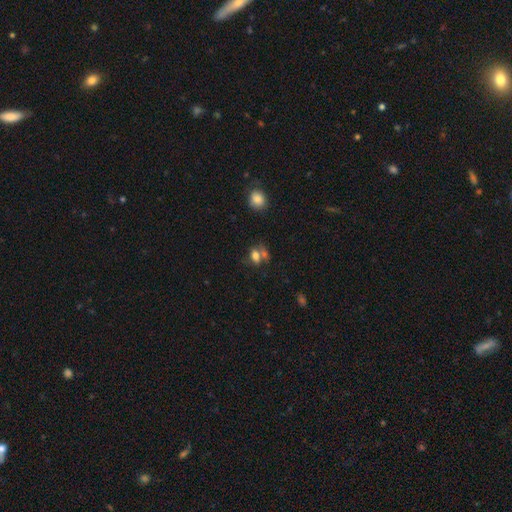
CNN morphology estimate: The model was most divided on "merging": merger: 40%, none: 39%, minor disturbance: 13%, major disturbance: 8%. More confident: how rounded — in between (71%); smooth or featured — smooth (69%).